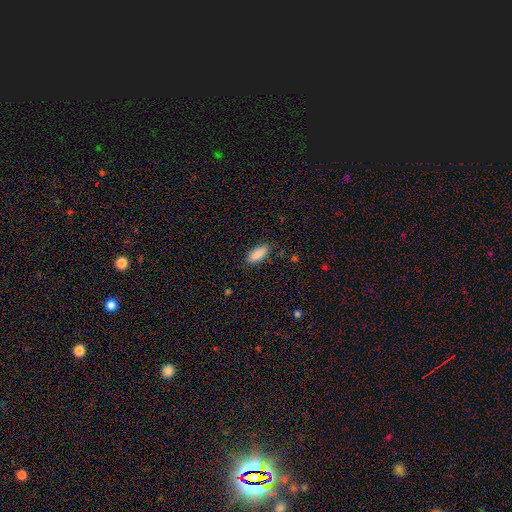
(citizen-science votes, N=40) Q: Smooth or featured?
A: smooth (85%); runner-up: star or artifact (10%)
Q: How rounded?
A: in between (88%); runner-up: cigar-shaped (12%)
Q: Merging?
A: none (92%); runner-up: minor disturbance (8%)